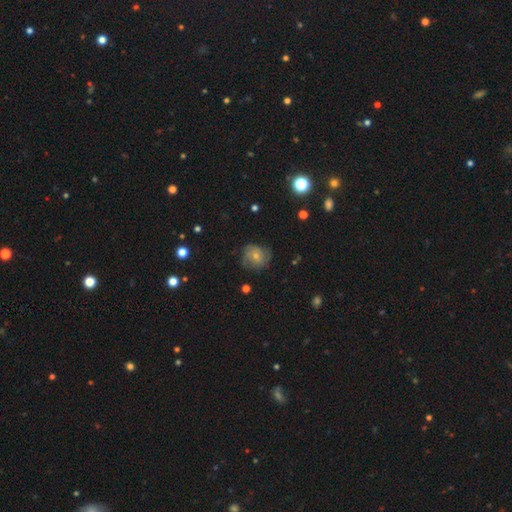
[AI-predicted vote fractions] smooth_or_featured: featured or disk (p=0.58) [alt: smooth p=0.32]
disk_edge_on: no (p=0.97) [alt: yes p=0.03]
bar: no (p=0.73) [alt: weak p=0.23]
has_spiral_arms: yes (p=0.85) [alt: no p=0.15]
bulge_size: small (p=0.61) [alt: moderate p=0.33]
merging: none (p=0.69) [alt: minor disturbance p=0.21]